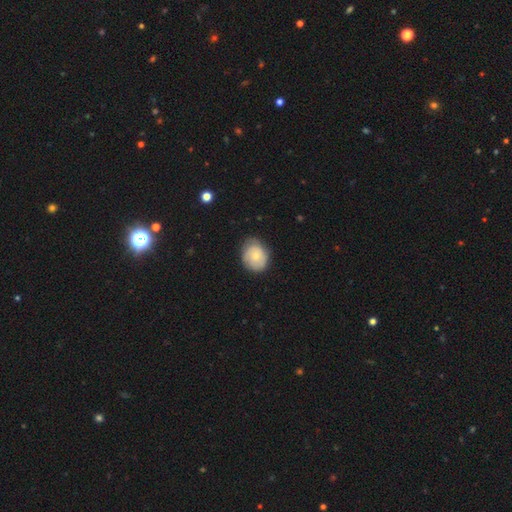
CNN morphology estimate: Smooth or featured? smooth (64%)
How rounded? round (56%)
Merging? none (68%)